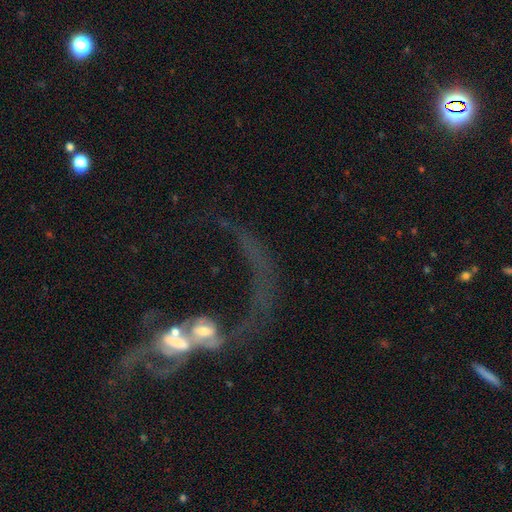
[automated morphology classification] The model was most divided on "bulge size": moderate: 39%, small: 34%, none: 14%, large: 8%, dominant: 4%. More confident: edge-on disk — no (92%); spiral arms — yes (69%); smooth or featured — featured or disk (66%); bar — no (58%); merging — merger (56%).